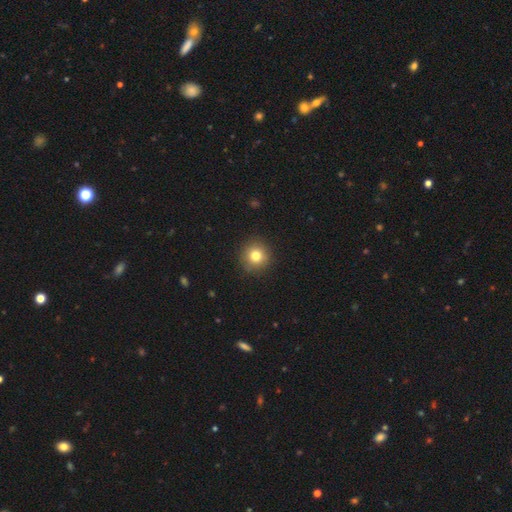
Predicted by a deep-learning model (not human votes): The model was most divided on "smooth or featured": smooth: 79%, star or artifact: 12%, featured or disk: 9%. More confident: how rounded — round (94%); merging — none (90%).